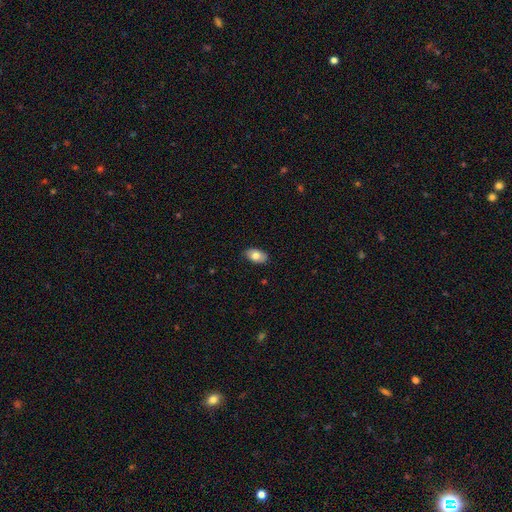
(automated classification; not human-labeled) Smooth or featured: smooth — 76% (featured or disk — 17%)
How rounded: in between — 92% (round — 6%)
Merging: none — 86% (minor disturbance — 11%)